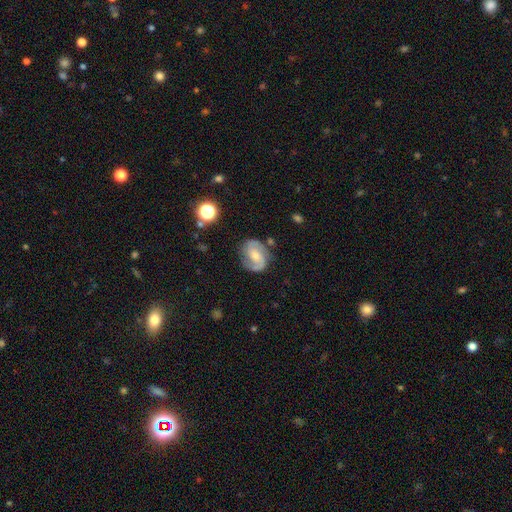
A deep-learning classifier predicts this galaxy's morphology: smooth_or_featured: featured or disk (p=0.83) [alt: smooth p=0.11]
disk_edge_on: no (p=0.98) [alt: yes p=0.02]
bar: weak (p=0.44) [alt: no p=0.43]
has_spiral_arms: yes (p=0.96) [alt: no p=0.04]
spiral_winding: medium (p=0.52) [alt: tight p=0.31]
spiral_arm_count: 2 (p=0.89) [alt: can't tell p=0.04]
bulge_size: moderate (p=0.50) [alt: small p=0.39]
merging: none (p=0.76) [alt: minor disturbance p=0.16]